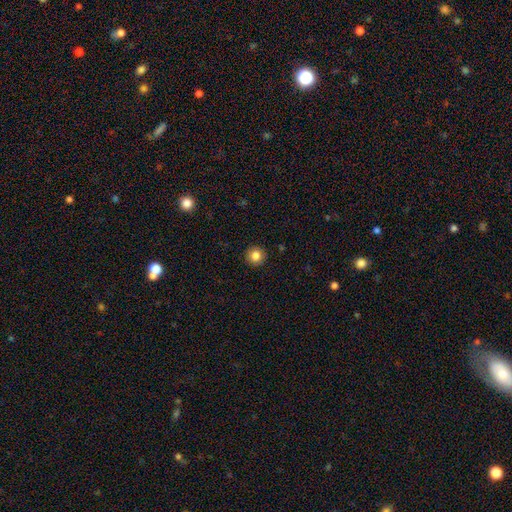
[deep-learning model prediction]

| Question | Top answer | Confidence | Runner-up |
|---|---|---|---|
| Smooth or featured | smooth | 84% | star or artifact (10%) |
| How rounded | round | 95% | in between (4%) |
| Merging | none | 92% | minor disturbance (5%) |